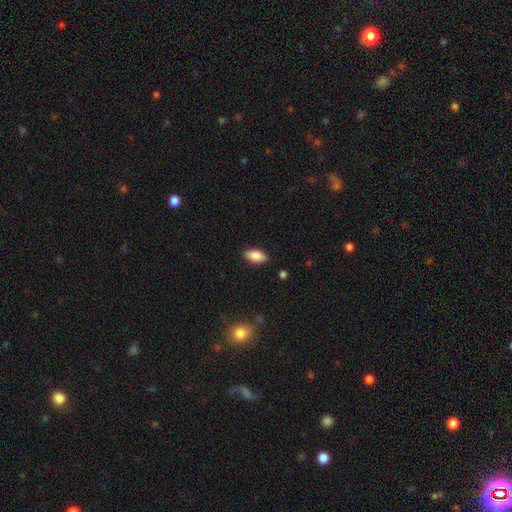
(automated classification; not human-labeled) Smooth or featured?
  - smooth: 88% *
  - star or artifact: 7%
  - featured or disk: 5%
How rounded?
  - in between: 92% *
  - cigar-shaped: 6%
  - round: 2%
Merging?
  - none: 87% *
  - minor disturbance: 9%
  - major disturbance: 2%
  - merger: 1%